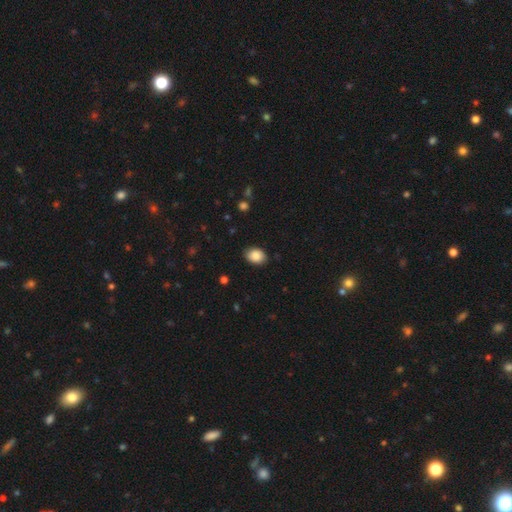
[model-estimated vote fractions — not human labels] A smooth galaxy with no disk features (89%) that is in between round and cigar-shaped (71%). Merging: none (87%).